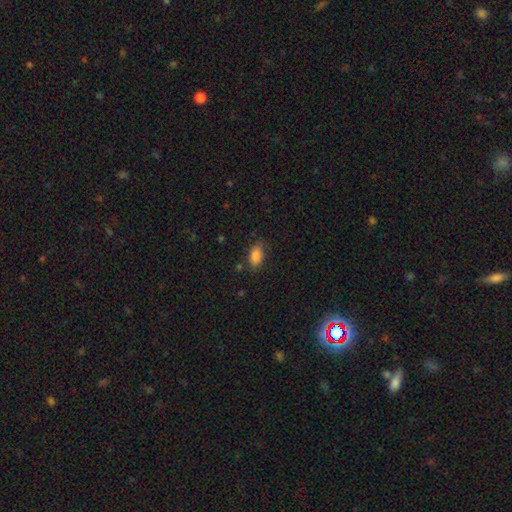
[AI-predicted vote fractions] A smooth galaxy with no disk features (87%) that is in between round and cigar-shaped (91%).

Vote fractions:
- Smooth or featured? smooth: 87% / star or artifact: 8% / featured or disk: 5%
- How rounded? in between: 91% / round: 6% / cigar-shaped: 3%
- Merging? none: 77% / minor disturbance: 17% / major disturbance: 4% / merger: 2%